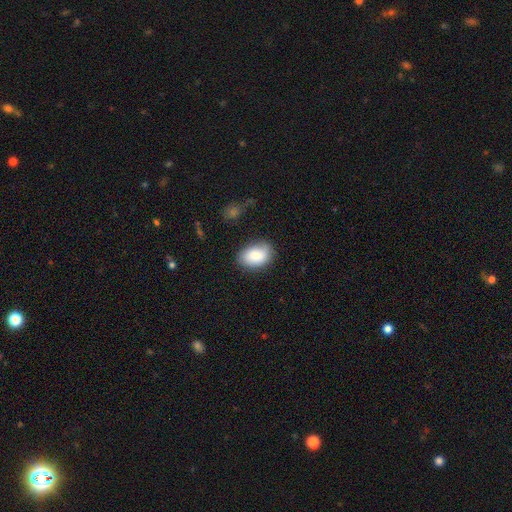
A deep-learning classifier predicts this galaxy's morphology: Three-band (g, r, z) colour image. It shows a smooth galaxy with no disk features (84%) that is in between round and cigar-shaped (86%). Merging: none (76%).